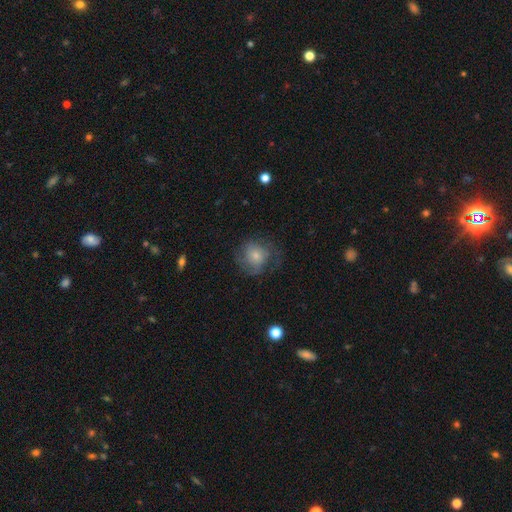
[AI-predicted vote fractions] smooth-or-featured: smooth: 60% | featured or disk: 31% | star or artifact: 9%
  how-rounded: round: 82% | in between: 17% | cigar-shaped: 1%
  merging: none: 55% | minor disturbance: 23% | major disturbance: 20% | merger: 1%